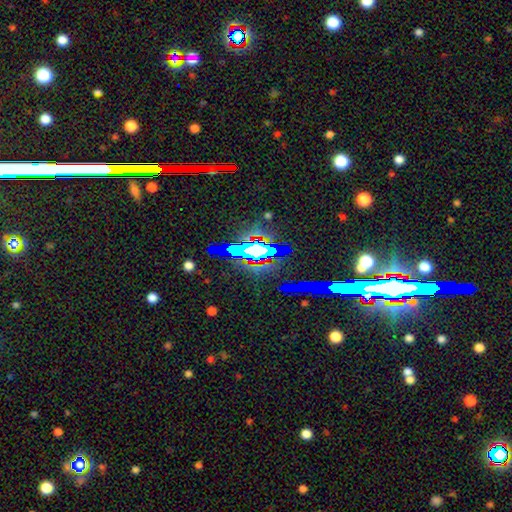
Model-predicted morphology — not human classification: type=star or artifact (60%).